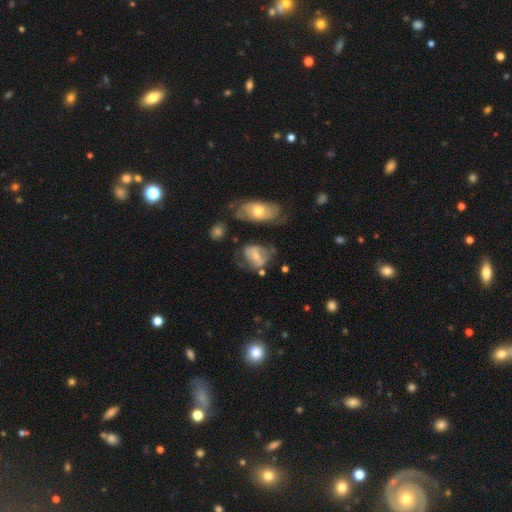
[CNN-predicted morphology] A featured or disk galaxy (59%) with a weak bar (42%), spiral arms (66%) and a small central bulge (46%).

Vote fractions:
- Smooth or featured? featured or disk: 59% / smooth: 33% / star or artifact: 8%
- Edge-on disk? no: 95% / yes: 5%
- Bar? weak: 42% / no: 37% / strong: 21%
- Spiral arms? yes: 66% / no: 34%
- Bulge size? small: 46% / moderate: 42% / none: 7% / large: 4% / dominant: 1%
- Merging? none: 45% / minor disturbance: 24% / major disturbance: 21% / merger: 10%